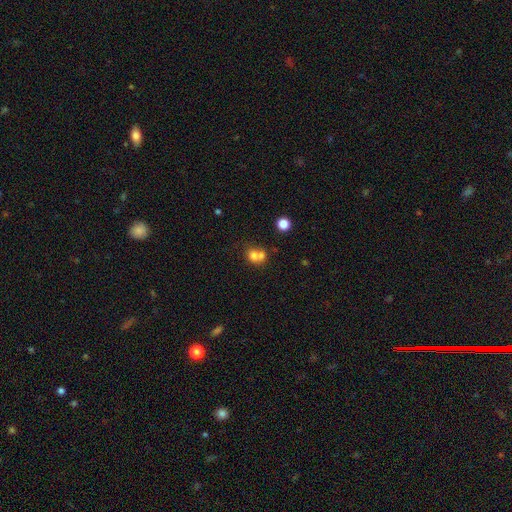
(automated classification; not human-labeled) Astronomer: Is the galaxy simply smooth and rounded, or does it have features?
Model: smooth — 71%.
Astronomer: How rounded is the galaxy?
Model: round — 69%.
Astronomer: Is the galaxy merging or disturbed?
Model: merger — 60%.